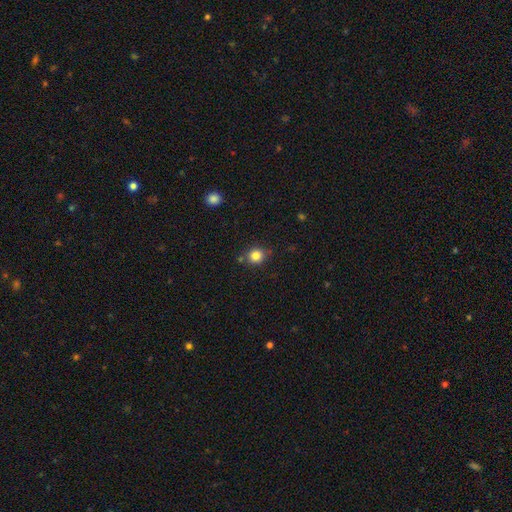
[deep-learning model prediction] This appears to be a smooth galaxy with no disk features (83%) that is round (85%). Merging: none (82%).